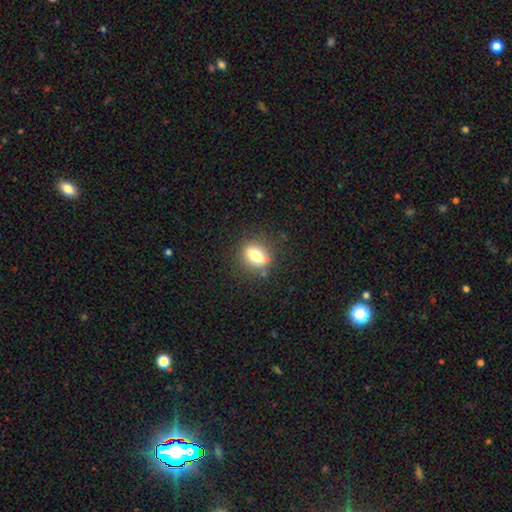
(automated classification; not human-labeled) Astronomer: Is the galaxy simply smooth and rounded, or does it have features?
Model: smooth — 68%.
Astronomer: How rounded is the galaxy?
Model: in between — 62%.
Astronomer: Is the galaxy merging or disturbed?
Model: none — 81%.